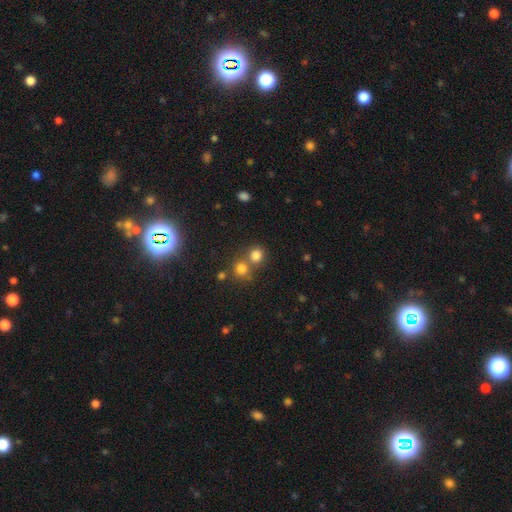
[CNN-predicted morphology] smooth 79%, star or artifact 15%, featured or disk 7%. Down the decision tree: how rounded — round (85%); merging — none (56%).